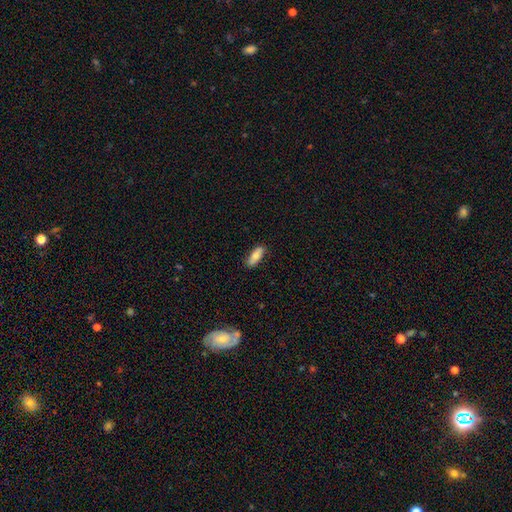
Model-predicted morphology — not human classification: Overall: smooth (80%). How rounded: in between (66%; cigar-shaped 32%). Merging: none (83%).